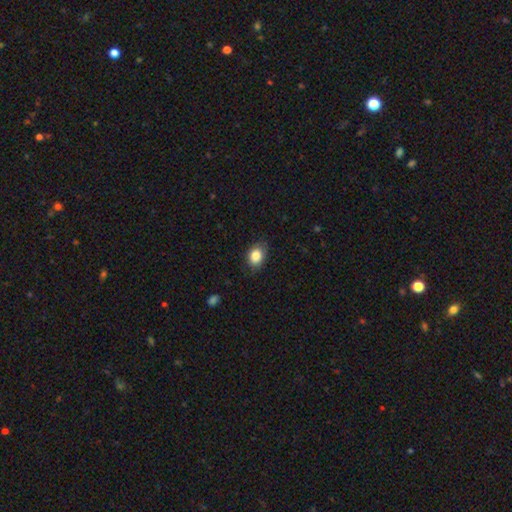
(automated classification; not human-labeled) A smooth galaxy with no disk features (85%) that is in between round and cigar-shaped (69%).

Vote fractions:
- Smooth or featured? smooth: 85% / star or artifact: 8% / featured or disk: 7%
- How rounded? in between: 69% / round: 30% / cigar-shaped: 1%
- Merging? none: 78% / minor disturbance: 17% / major disturbance: 3% / merger: 1%